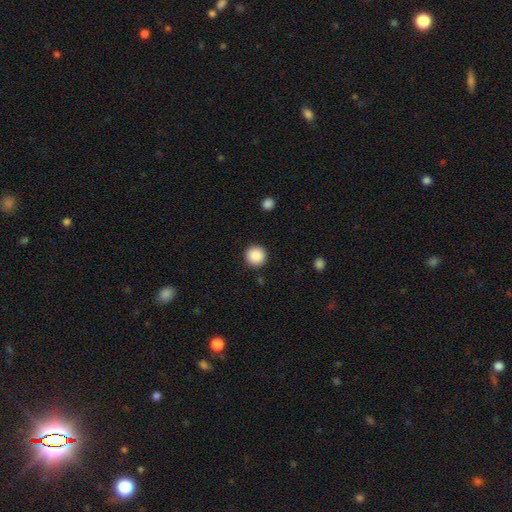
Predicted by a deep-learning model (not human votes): Smooth or featured? Predicted: smooth (p=0.89). How rounded? Predicted: round (p=0.95). Merging? Predicted: none (p=0.91).